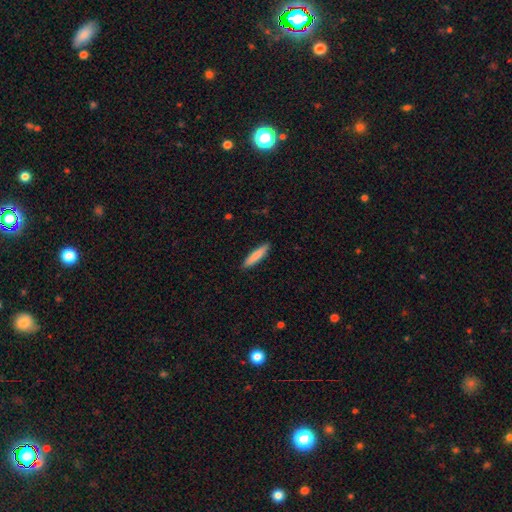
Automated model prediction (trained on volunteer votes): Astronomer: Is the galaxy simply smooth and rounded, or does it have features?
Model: smooth — 83%.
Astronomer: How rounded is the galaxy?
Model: cigar-shaped — 85%.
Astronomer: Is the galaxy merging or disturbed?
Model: none — 90%.